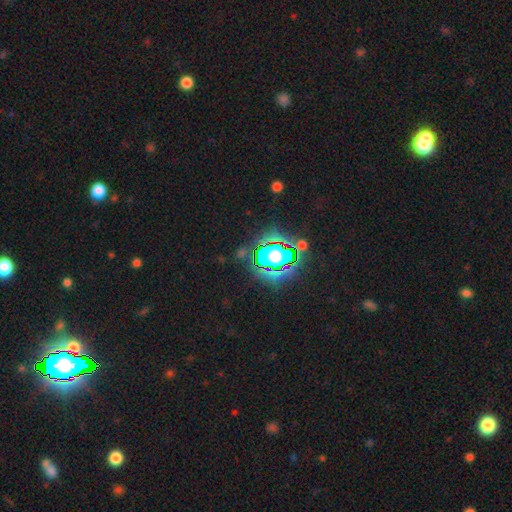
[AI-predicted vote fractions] Smooth or featured: star or artifact — 85% (smooth — 9%)